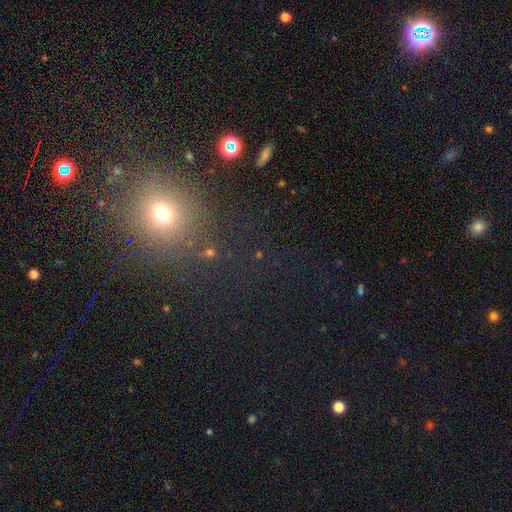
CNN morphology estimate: This is possibly a star or artifact rather than a galaxy (47%).